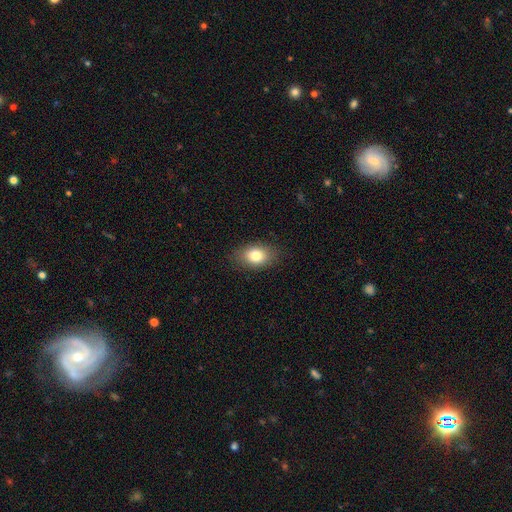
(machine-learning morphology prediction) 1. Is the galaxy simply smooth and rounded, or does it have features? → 80% smooth, 11% featured or disk, 9% star or artifact.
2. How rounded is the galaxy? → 81% in between, 18% round, 2% cigar-shaped.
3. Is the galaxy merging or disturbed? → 85% none, 11% minor disturbance, 3% major disturbance, 1% merger.